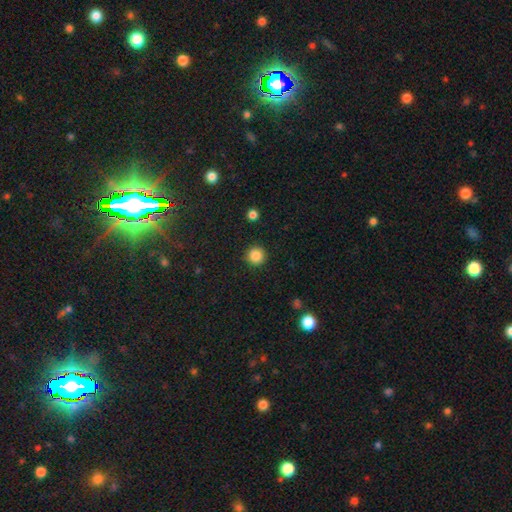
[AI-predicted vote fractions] Smooth or featured? Predicted: smooth (p=0.86). How rounded? Predicted: round (p=0.95). Merging? Predicted: none (p=0.92).